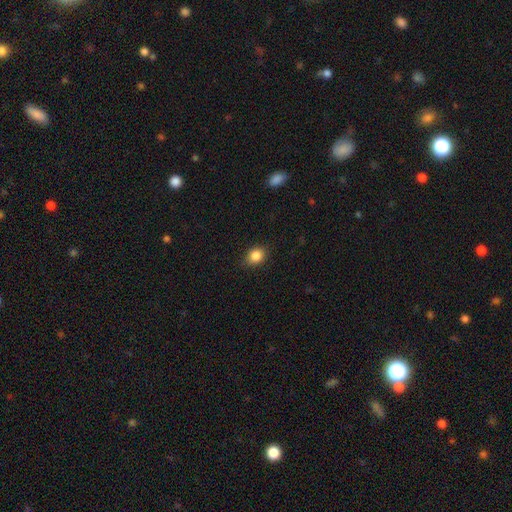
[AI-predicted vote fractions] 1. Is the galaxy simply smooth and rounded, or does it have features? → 86% smooth, 10% star or artifact, 5% featured or disk.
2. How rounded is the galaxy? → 52% round, 47% in between, 1% cigar-shaped.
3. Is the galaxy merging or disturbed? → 83% none, 13% minor disturbance, 3% major disturbance, 1% merger.